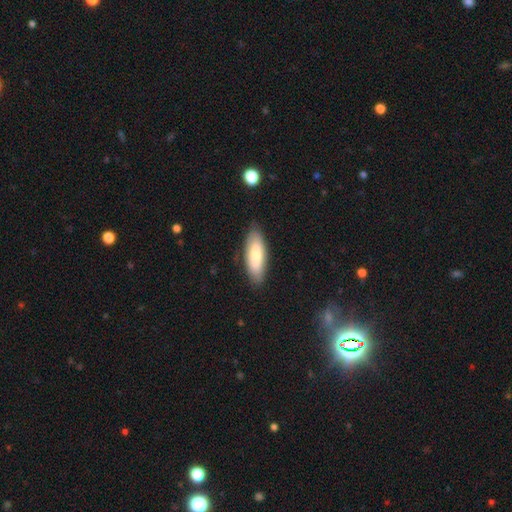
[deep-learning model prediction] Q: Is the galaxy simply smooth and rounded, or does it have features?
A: smooth — 78%.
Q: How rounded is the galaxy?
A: in between — 70%.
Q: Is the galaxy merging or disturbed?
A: none — 83%.